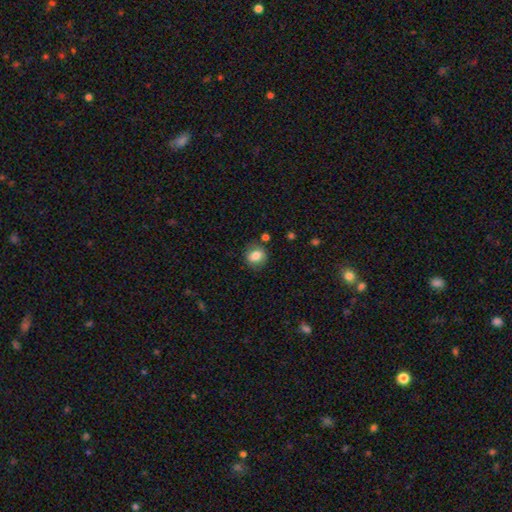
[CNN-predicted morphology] Smooth or featured? smooth (80%)
How rounded? round (57%)
Merging? none (79%)